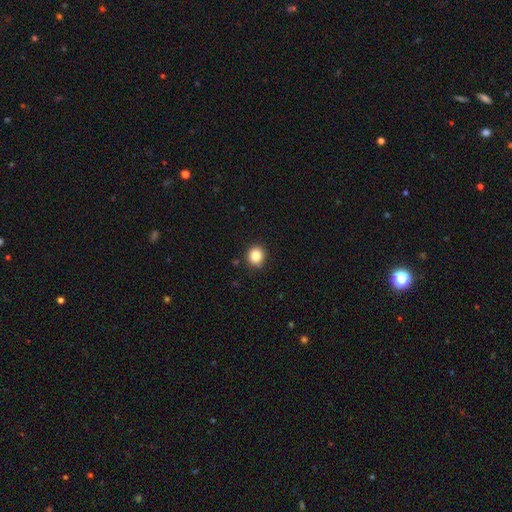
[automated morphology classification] This appears to be a smooth galaxy with no disk features (85%) that is round (85%). Merging: none (87%).